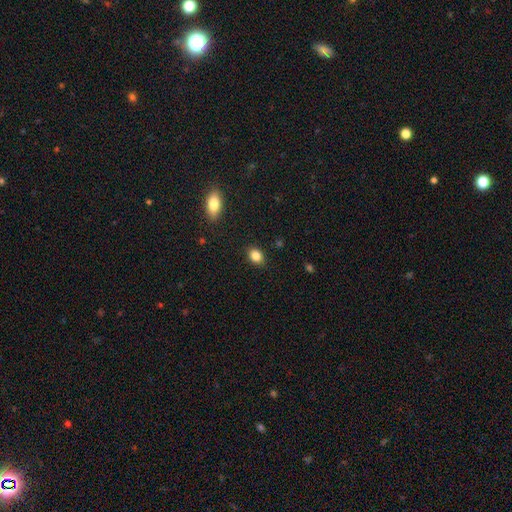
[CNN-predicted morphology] type=smooth (84%); roundness=in between (66%); merging=none (88%).